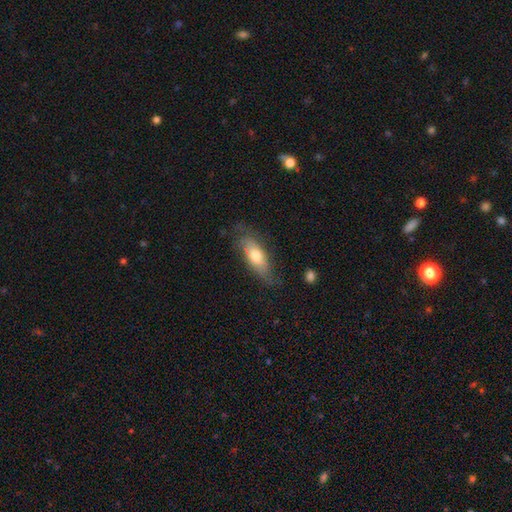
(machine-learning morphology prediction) The model was most divided on "smooth or featured": smooth: 63%, featured or disk: 31%, star or artifact: 6%. More confident: how rounded — in between (70%); merging — none (62%).